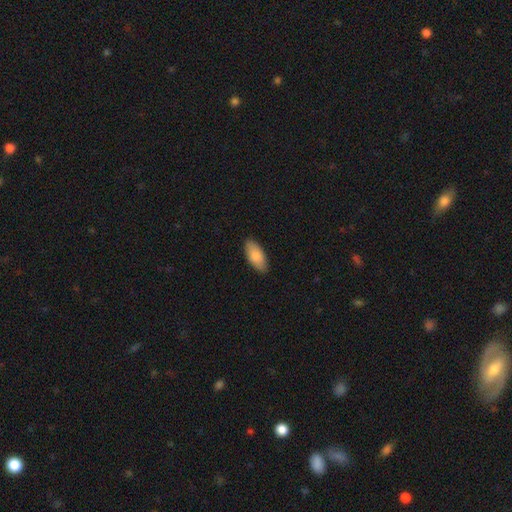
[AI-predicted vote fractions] smooth_or_featured: smooth (p=0.86) [alt: featured or disk p=0.09]
how_rounded: in between (p=0.89) [alt: cigar-shaped p=0.09]
merging: none (p=0.87) [alt: minor disturbance p=0.10]